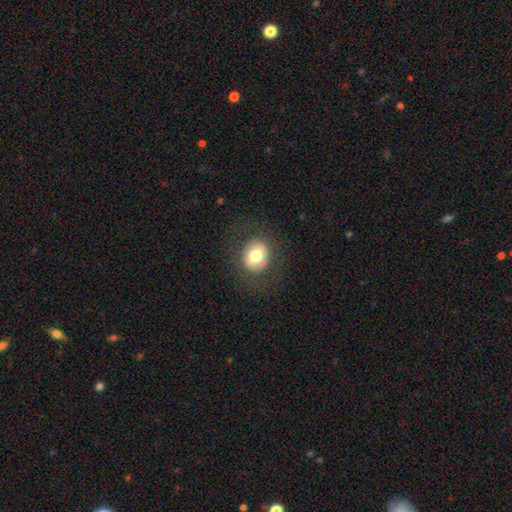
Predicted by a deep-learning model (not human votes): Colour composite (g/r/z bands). It shows a smooth galaxy with no disk features (72%) that is round (66%). Merging: none (80%).